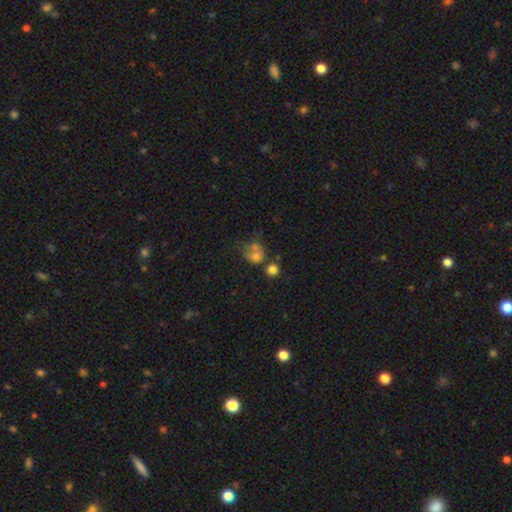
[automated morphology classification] This appears to be a smooth galaxy with no disk features (62%) that is round (65%). Merging: merger (44%).